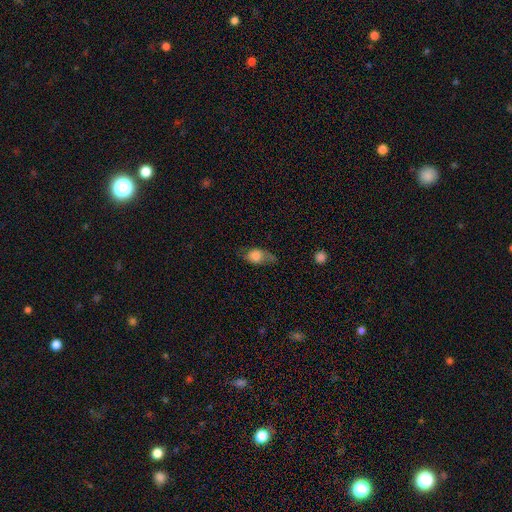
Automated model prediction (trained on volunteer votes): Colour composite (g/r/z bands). It shows a smooth galaxy with no disk features (72%) that is in between round and cigar-shaped (73%). Merging: none (48%).